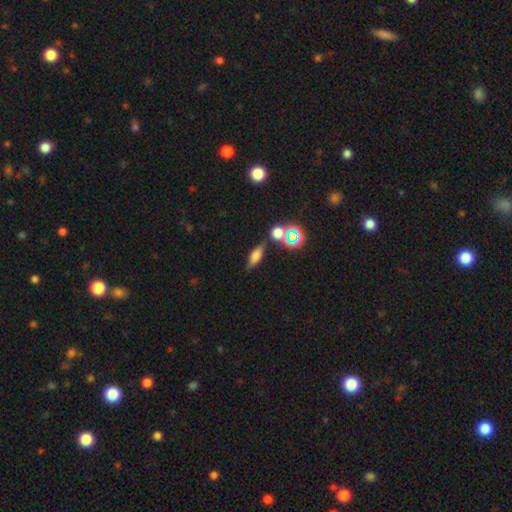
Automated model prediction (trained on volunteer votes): Smooth or featured? smooth (59%)
How rounded? in between (59%)
Merging? none (69%)